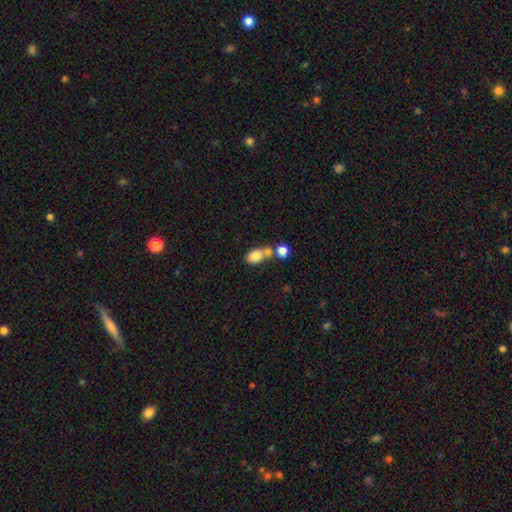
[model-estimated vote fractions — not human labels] Smooth or featured?
  - smooth: 81% *
  - featured or disk: 10%
  - star or artifact: 9%
How rounded?
  - in between: 81% *
  - round: 17%
  - cigar-shaped: 2%
Merging?
  - merger: 47% *
  - none: 37%
  - minor disturbance: 11%
  - major disturbance: 5%